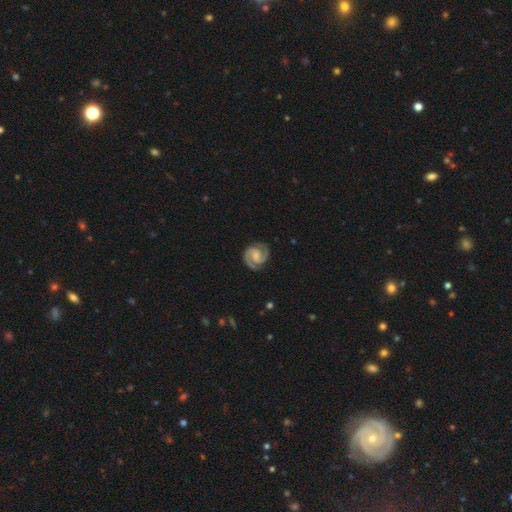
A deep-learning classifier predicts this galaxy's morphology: Smooth or featured? Predicted: featured or disk (p=0.90). Edge-on disk? Predicted: no (p=0.98). Bar? Predicted: weak (p=0.46). Spiral arms? Predicted: yes (p=0.98). Spiral winding? Predicted: tight (p=0.48). Spiral arm count? Predicted: 2 (p=0.93). Bulge size? Predicted: small (p=0.35). Merging? Predicted: none (p=0.84).